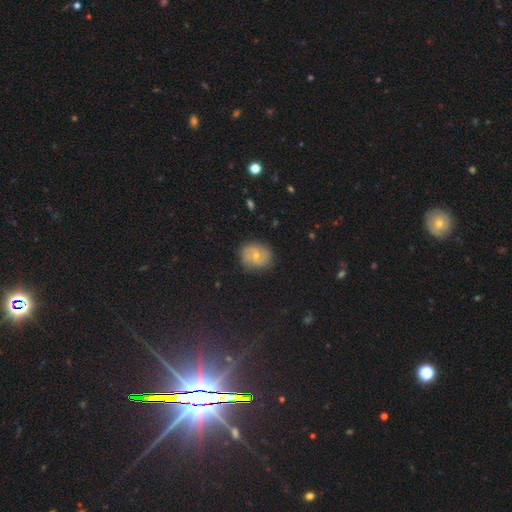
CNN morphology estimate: This is possibly a featured or disk galaxy (56%). It is clearly not viewed edge-on (97%). Bar: possibly no (55%). Spiral arm pattern: clearly yes (81%). Central bulge: possibly small (55%). Merging: clearly none (81%).